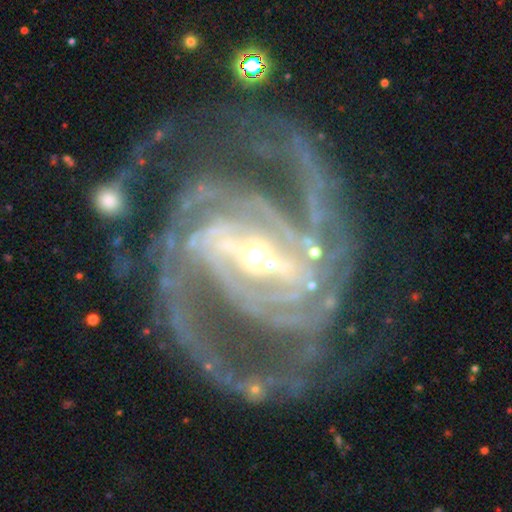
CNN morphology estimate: smooth-or-featured: featured or disk: 93% | star or artifact: 5% | smooth: 2%
  disk-edge-on: no: 98% | yes: 2%
    bar: strong: 62% | weak: 28% | no: 10%
    has-spiral-arms: yes: 98% | no: 2%
      spiral-winding: medium: 47% | tight: 45% | loose: 8%
      spiral-arm-count: 2: 43% | 3: 22% | 4: 12% | can't tell: 11% | more than 4: 6% | 1: 6%
    bulge-size: small: 70% | moderate: 25% | large: 3% | none: 1% | dominant: 1%
  merging: none: 65% | minor disturbance: 16% | major disturbance: 16% | merger: 3%